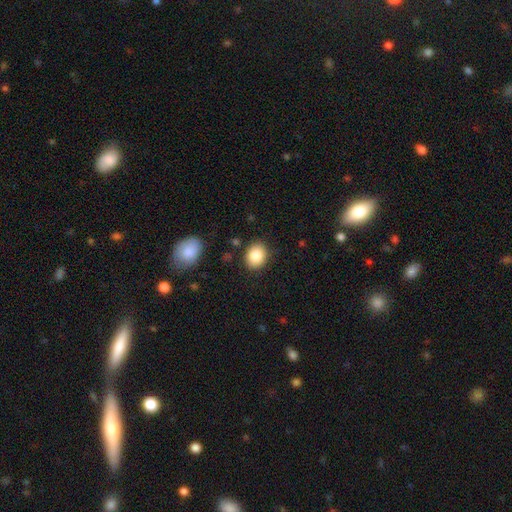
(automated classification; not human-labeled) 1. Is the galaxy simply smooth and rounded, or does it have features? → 86% smooth, 8% star or artifact, 6% featured or disk.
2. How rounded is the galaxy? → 53% in between, 46% round, 1% cigar-shaped.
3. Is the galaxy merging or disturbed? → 85% none, 10% minor disturbance, 3% major disturbance, 2% merger.